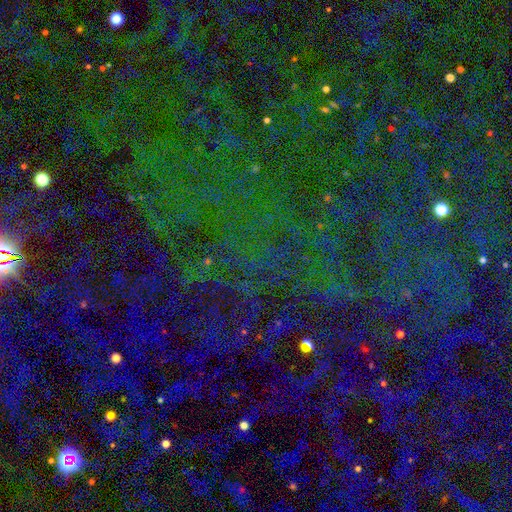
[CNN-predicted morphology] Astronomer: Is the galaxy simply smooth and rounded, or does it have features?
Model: star or artifact — 79%.